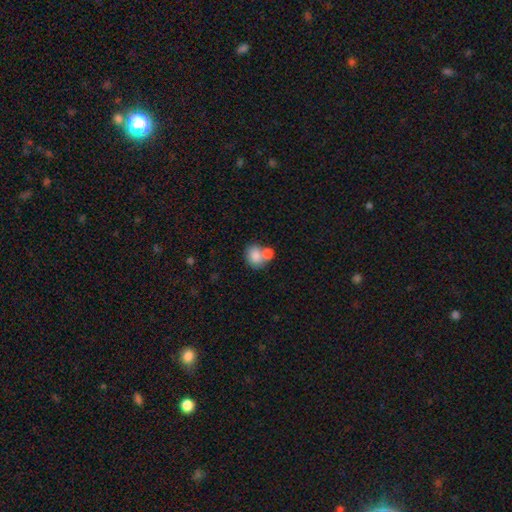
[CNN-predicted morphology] Q: Smooth or featured?
A: smooth (81%); runner-up: featured or disk (10%)
Q: How rounded?
A: round (56%); runner-up: in between (43%)
Q: Merging?
A: merger (47%); runner-up: none (38%)